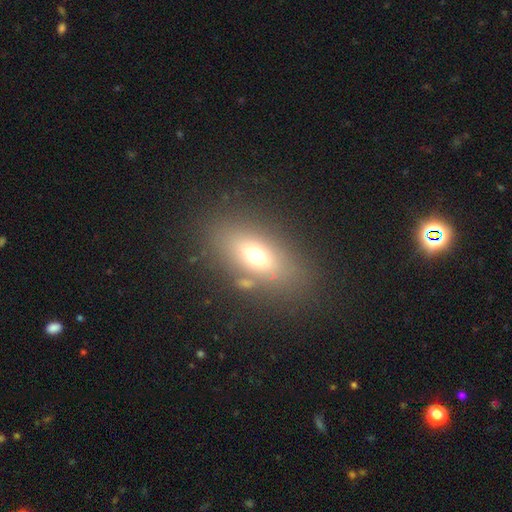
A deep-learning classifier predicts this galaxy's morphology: Smooth or featured: smooth — 64% (featured or disk — 22%)
How rounded: in between — 76% (cigar-shaped — 12%)
Merging: none — 77% (minor disturbance — 11%)